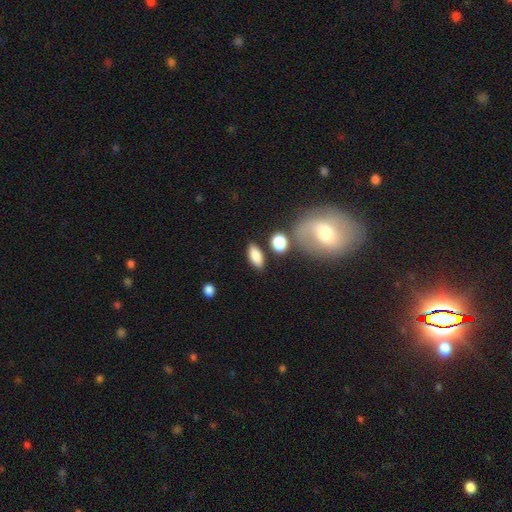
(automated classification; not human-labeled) This appears to be a smooth galaxy with no disk features (83%) that is in between round and cigar-shaped (85%). Merging: none (76%).